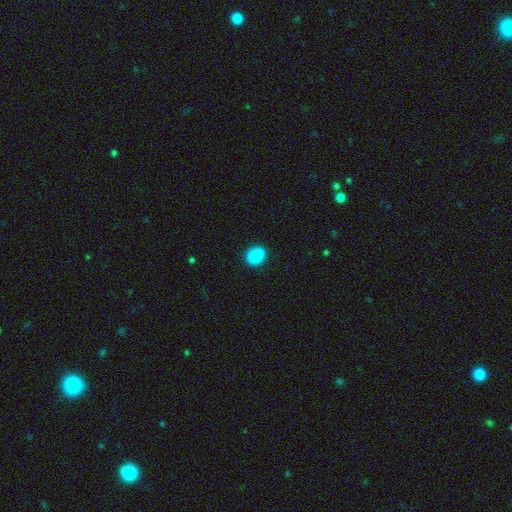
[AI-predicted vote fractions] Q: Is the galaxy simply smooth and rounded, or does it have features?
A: smooth — 89%.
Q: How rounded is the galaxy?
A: in between — 50%.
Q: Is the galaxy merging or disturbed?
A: none — 87%.